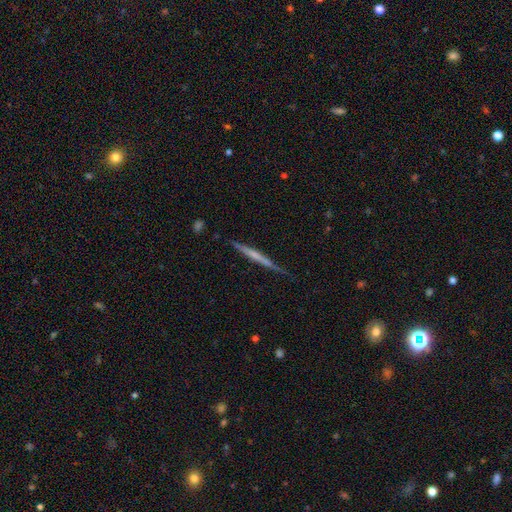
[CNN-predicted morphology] A featured or disk galaxy (61%) viewed edge-on (97%) with no central bulge (68%).

Vote fractions:
- Smooth or featured? featured or disk: 61% / smooth: 33% / star or artifact: 6%
- Edge-on disk? yes: 97% / no: 3%
- Edge-on bulge? none: 68% / rounded: 23% / boxy: 9%
- Merging? none: 84% / minor disturbance: 13% / major disturbance: 2% / merger: 2%